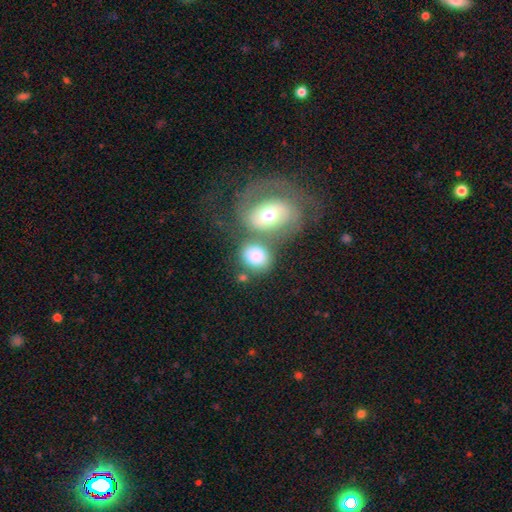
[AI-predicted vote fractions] The model was most divided on "merging": none: 41%, merger: 37%, minor disturbance: 14%, major disturbance: 8%. More confident: smooth or featured — smooth (74%); how rounded — round (54%).